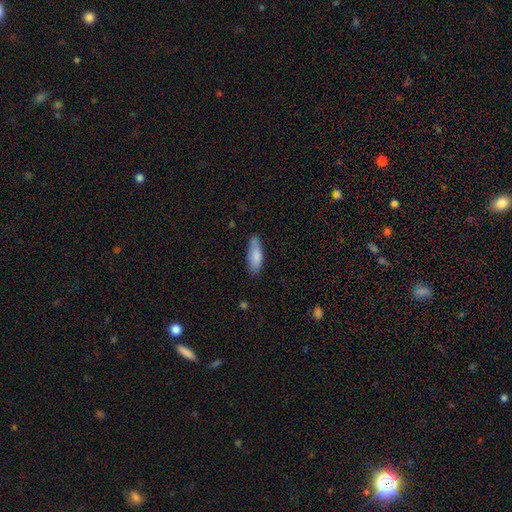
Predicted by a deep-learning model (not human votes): The model was most divided on "how rounded": in between: 58%, cigar-shaped: 41%, round: 2%. More confident: smooth or featured — smooth (84%); merging — none (69%).